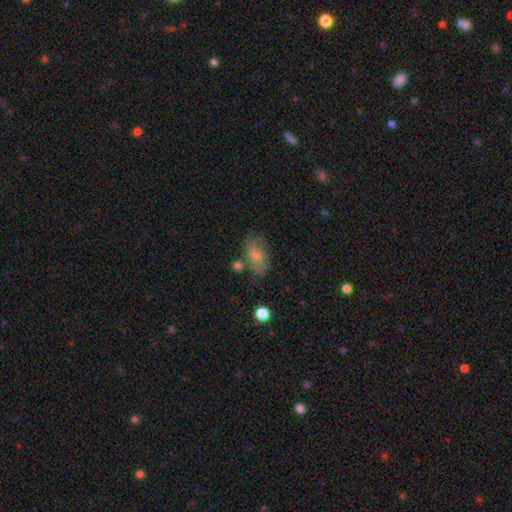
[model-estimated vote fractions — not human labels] A smooth galaxy with no disk features (61%) that is in between round and cigar-shaped (88%).

Vote fractions:
- Smooth or featured? smooth: 61% / featured or disk: 28% / star or artifact: 11%
- How rounded? in between: 88% / round: 8% / cigar-shaped: 3%
- Merging? none: 70% / minor disturbance: 18% / merger: 6% / major disturbance: 5%